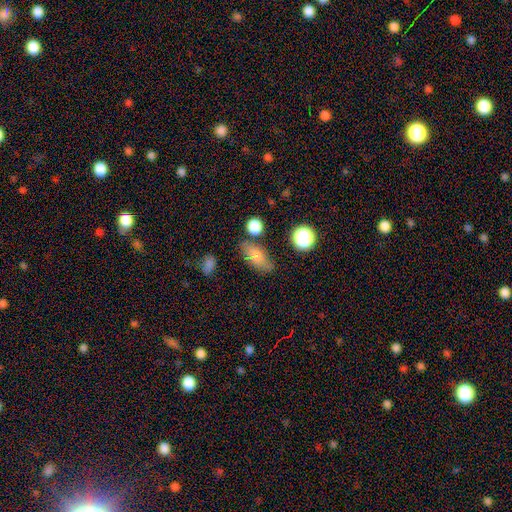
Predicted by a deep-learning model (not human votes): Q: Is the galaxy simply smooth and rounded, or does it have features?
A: smooth — 71%.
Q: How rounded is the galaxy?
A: in between — 78%.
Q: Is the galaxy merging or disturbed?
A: none — 71%.